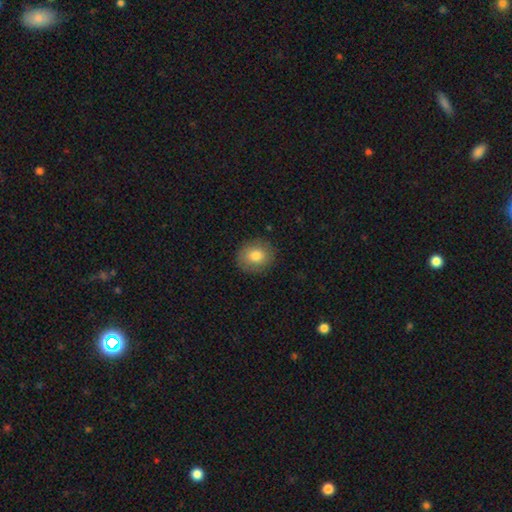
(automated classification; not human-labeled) Morphology: type=smooth (81%); roundness=round (72%); merging=none (87%).